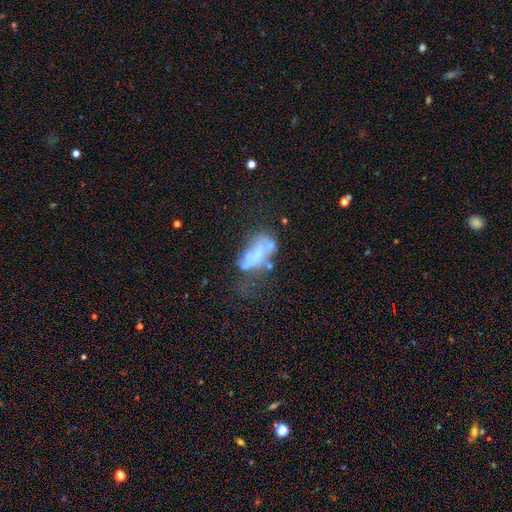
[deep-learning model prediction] Overall: featured or disk (52%; smooth 34%). Edge-on disk: no (94%). Merging: major disturbance (34%; merger 26%).